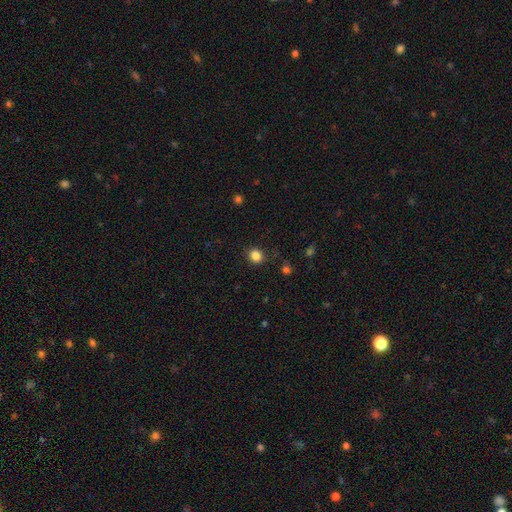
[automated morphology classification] smooth-or-featured: smooth: 85% | star or artifact: 12% | featured or disk: 4%
  how-rounded: round: 76% | in between: 23% | cigar-shaped: 1%
  merging: none: 88% | minor disturbance: 8% | major disturbance: 3% | merger: 1%